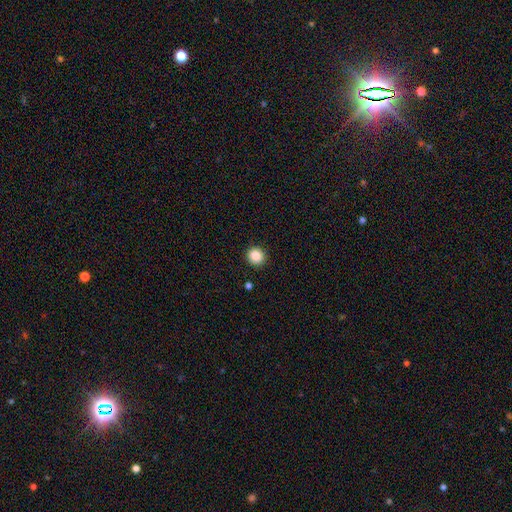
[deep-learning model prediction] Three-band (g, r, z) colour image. It shows a smooth galaxy with no disk features (88%) that is round (90%). Merging: none (92%).